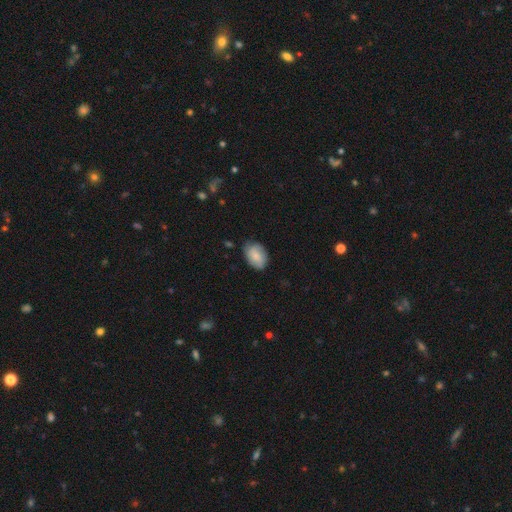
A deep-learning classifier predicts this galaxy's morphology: Overall: smooth (78%). How rounded: in between (81%). Merging: none (69%).